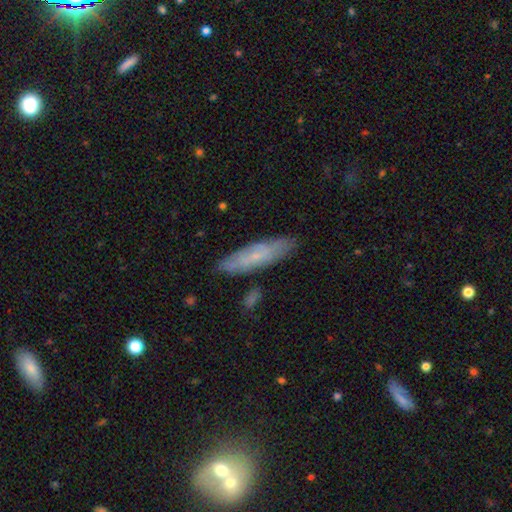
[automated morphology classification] Smooth or featured? Predicted: smooth (p=0.47). Merging? Predicted: none (p=0.82).